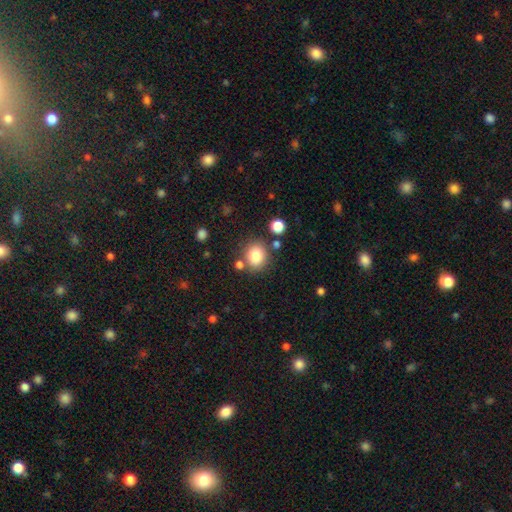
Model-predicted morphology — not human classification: type=smooth (82%); roundness=round (74%); merging=none (78%).